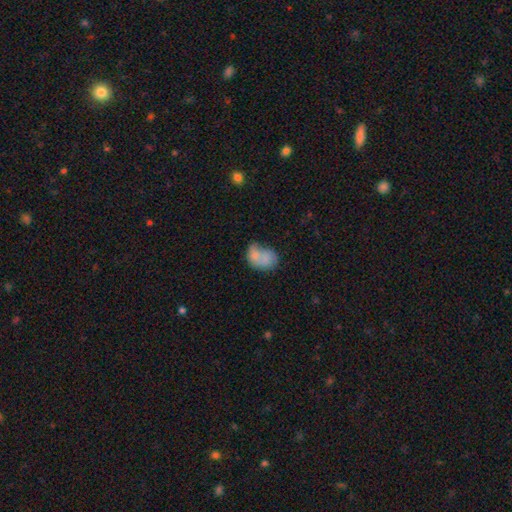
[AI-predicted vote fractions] Q: Smooth or featured?
A: smooth (72%); runner-up: featured or disk (19%)
Q: How rounded?
A: in between (67%); runner-up: round (31%)
Q: Merging?
A: merger (49%); runner-up: none (26%)